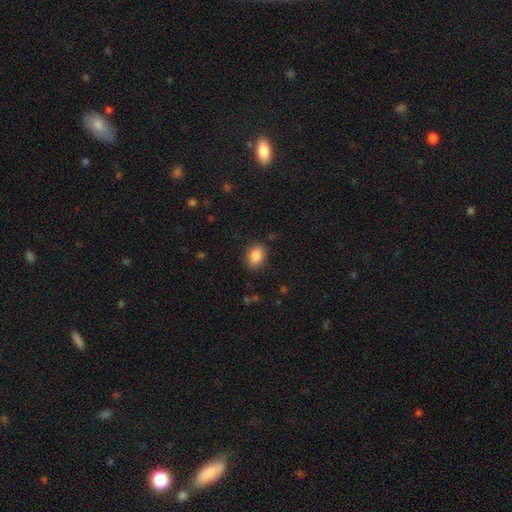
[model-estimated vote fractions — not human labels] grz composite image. It shows a smooth galaxy with no disk features (87%) that is in between round and cigar-shaped (66%). Merging: none (87%).